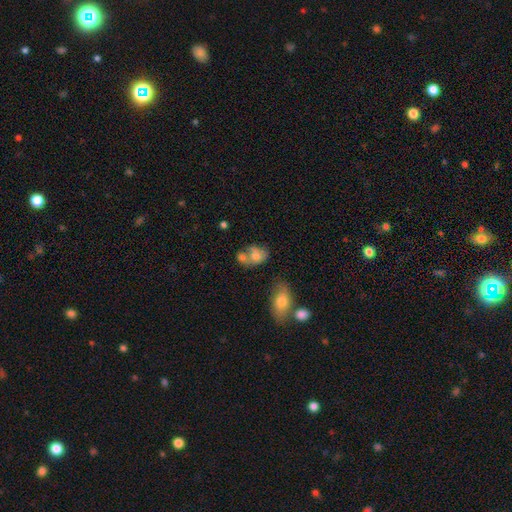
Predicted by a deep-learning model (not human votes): This is likely a smooth galaxy (66%). How rounded: likely in between (68%). Merging: possibly merger (46%).